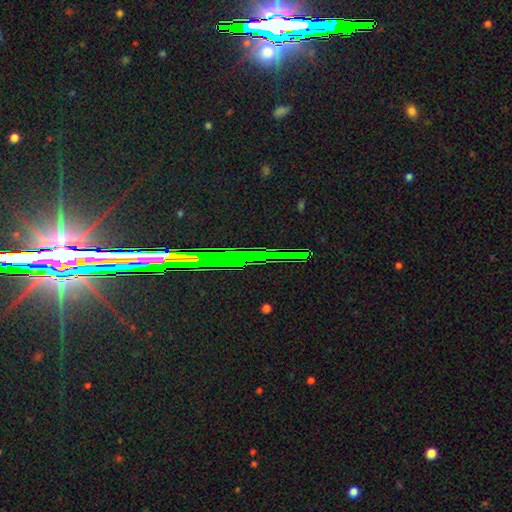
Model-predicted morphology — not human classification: A star or artifact, not a galaxy (84%).

Vote fractions:
- Smooth or featured? star or artifact: 84% / featured or disk: 10% / smooth: 6%